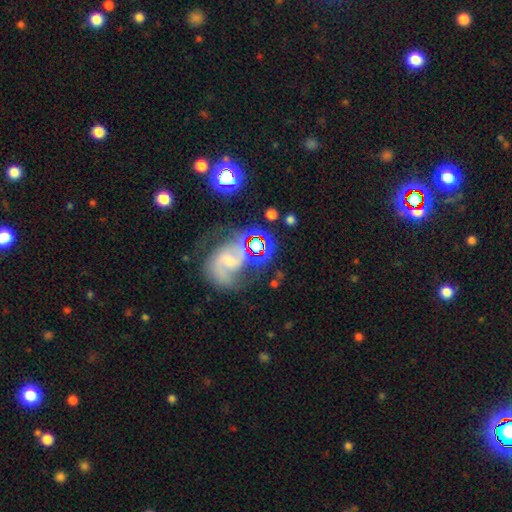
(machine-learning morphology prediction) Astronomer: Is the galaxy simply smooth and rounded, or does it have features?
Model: featured or disk — 62%.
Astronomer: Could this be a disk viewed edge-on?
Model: no — 96%.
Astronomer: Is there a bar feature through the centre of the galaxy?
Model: no — 55% (runner-up: weak, 33%).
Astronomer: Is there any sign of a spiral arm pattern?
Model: yes — 79%.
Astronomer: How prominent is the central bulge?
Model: small — 59%.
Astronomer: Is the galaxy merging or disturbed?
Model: none — 38% (runner-up: major disturbance, 24%).